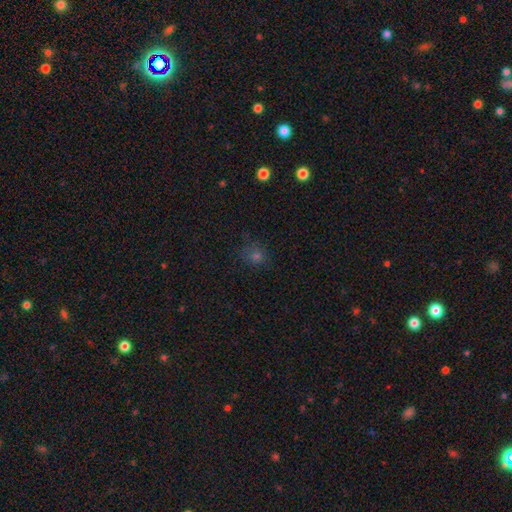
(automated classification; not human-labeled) Smooth or featured?
  - smooth: 63% *
  - star or artifact: 28%
  - featured or disk: 9%
How rounded?
  - round: 82% *
  - in between: 17%
  - cigar-shaped: 1%
Merging?
  - none: 78% *
  - minor disturbance: 15%
  - major disturbance: 5%
  - merger: 2%